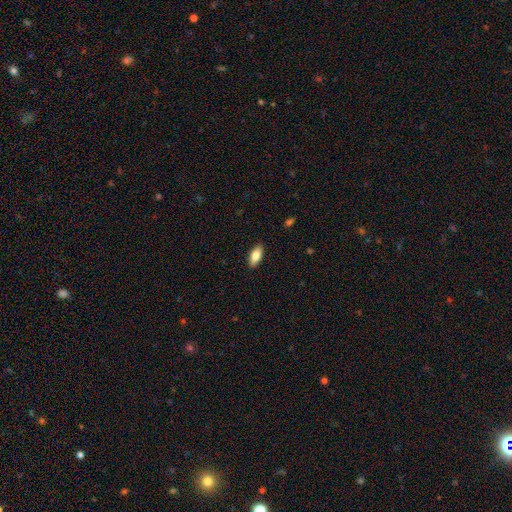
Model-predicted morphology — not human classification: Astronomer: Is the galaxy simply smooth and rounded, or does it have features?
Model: smooth — 81%.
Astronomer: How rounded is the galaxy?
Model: in between — 86%.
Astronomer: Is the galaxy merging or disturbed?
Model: none — 90%.